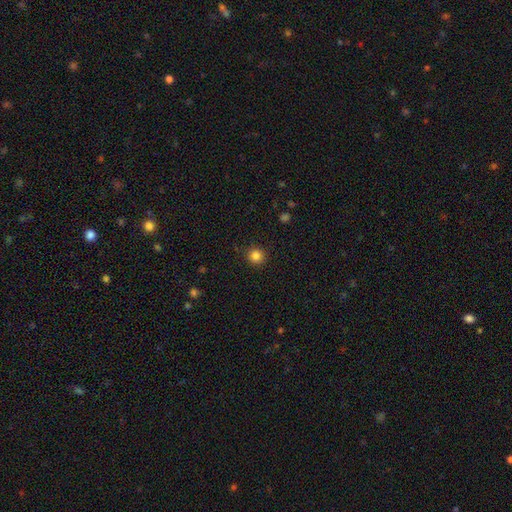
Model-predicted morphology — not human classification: Smooth or featured? smooth (84%)
How rounded? round (94%)
Merging? none (92%)